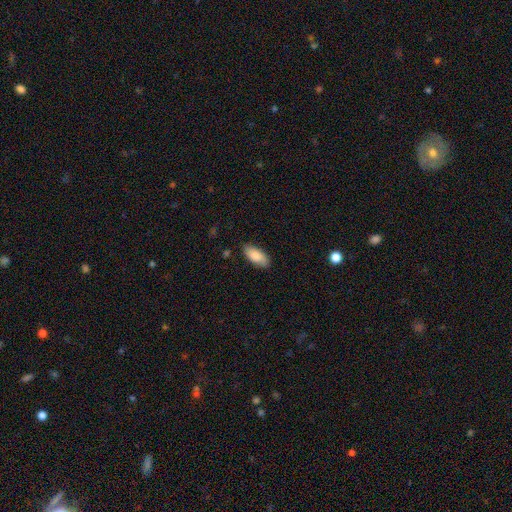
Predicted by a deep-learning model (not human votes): Smooth or featured? Predicted: smooth (p=0.84). How rounded? Predicted: in between (p=0.89). Merging? Predicted: none (p=0.84).